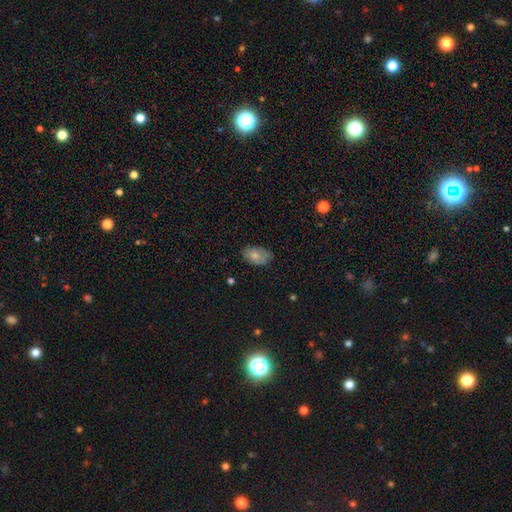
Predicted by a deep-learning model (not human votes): Q: Smooth or featured?
A: smooth (76%); runner-up: featured or disk (16%)
Q: How rounded?
A: in between (89%); runner-up: round (9%)
Q: Merging?
A: none (73%); runner-up: minor disturbance (21%)